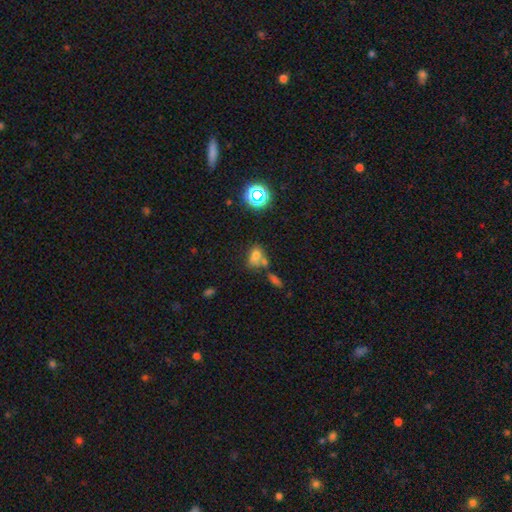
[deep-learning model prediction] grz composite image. It shows a smooth galaxy with no disk features (63%) that is in between round and cigar-shaped (64%). Merging: merger (40%).